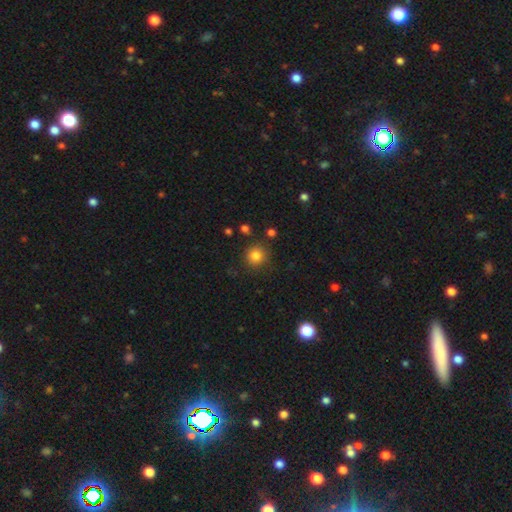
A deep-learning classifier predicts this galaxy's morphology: This is clearly a smooth galaxy (82%). How rounded: clearly round (90%). Merging: clearly none (83%).